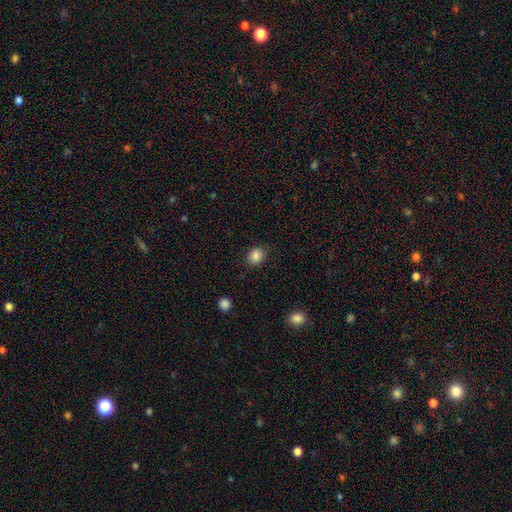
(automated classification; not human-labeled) smooth-or-featured: smooth: 85% | star or artifact: 10% | featured or disk: 5%
  how-rounded: round: 58% | in between: 42% | cigar-shaped: 1%
  merging: none: 85% | minor disturbance: 11% | major disturbance: 3% | merger: 1%